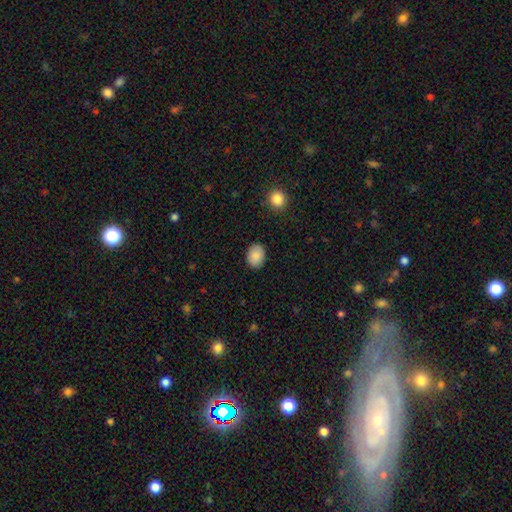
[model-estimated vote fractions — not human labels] Overall: smooth (88%). How rounded: in between (65%; round 34%). Merging: none (88%).